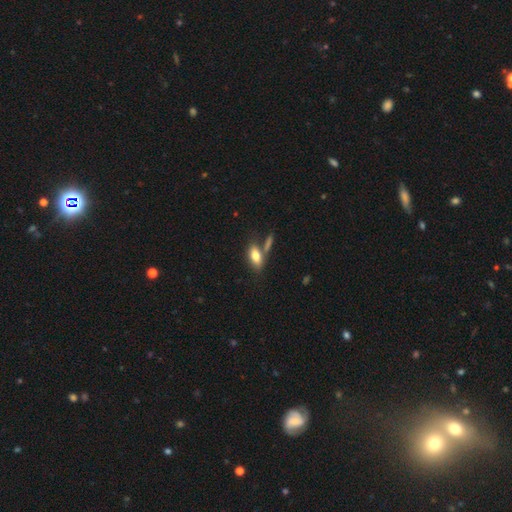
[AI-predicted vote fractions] This is likely a smooth galaxy (75%). How rounded: clearly in between (84%). Merging: possibly none (54%).